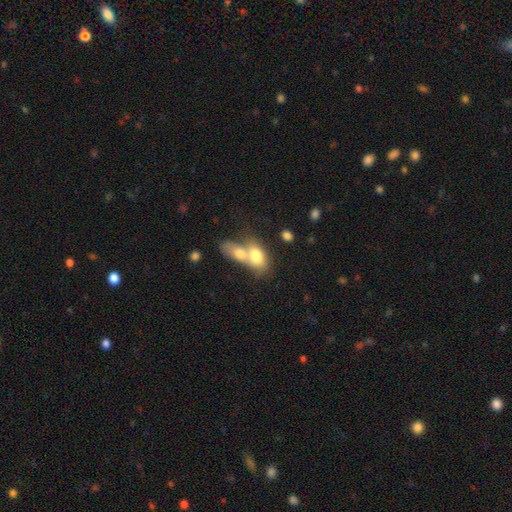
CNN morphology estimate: smooth-or-featured: smooth: 73% | featured or disk: 21% | star or artifact: 7%
  how-rounded: in between: 83% | round: 12% | cigar-shaped: 5%
  merging: merger: 75% | none: 15% | minor disturbance: 6% | major disturbance: 5%